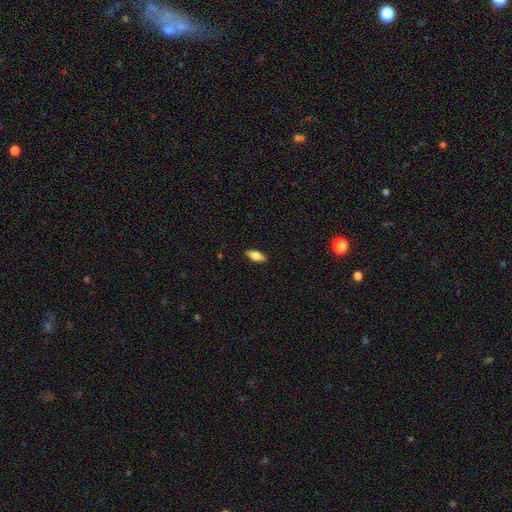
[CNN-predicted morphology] Q: Smooth or featured?
A: smooth (73%); runner-up: featured or disk (20%)
Q: How rounded?
A: in between (79%); runner-up: cigar-shaped (18%)
Q: Merging?
A: none (88%); runner-up: minor disturbance (9%)